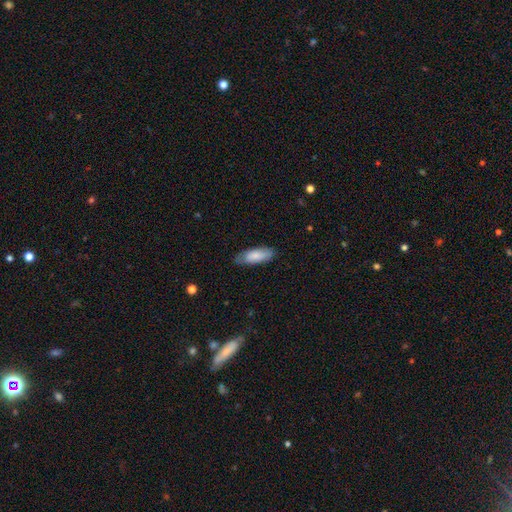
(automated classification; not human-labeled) Smooth or featured? smooth (80%)
How rounded? in between (70%)
Merging? none (76%)